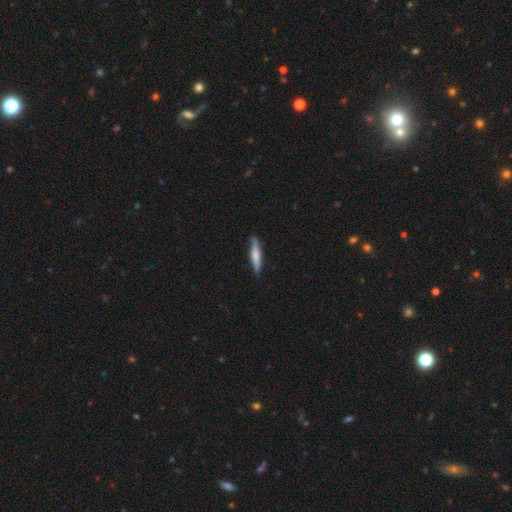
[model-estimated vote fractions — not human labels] Overall: smooth (60%; featured or disk 35%). How rounded: cigar-shaped (90%). Merging: none (84%).